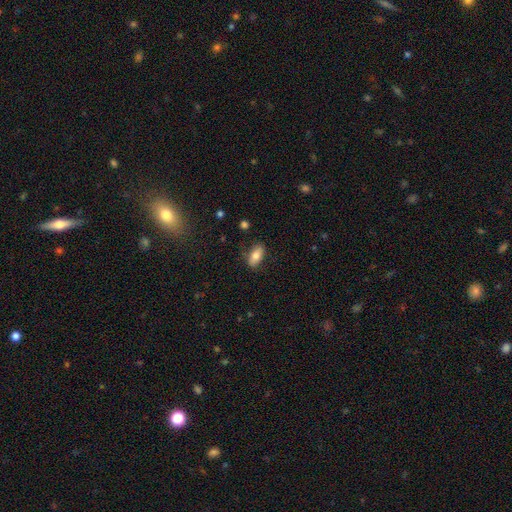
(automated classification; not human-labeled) The model was most divided on "smooth or featured": smooth: 76%, featured or disk: 17%, star or artifact: 7%. More confident: how rounded — in between (85%); merging — none (82%).